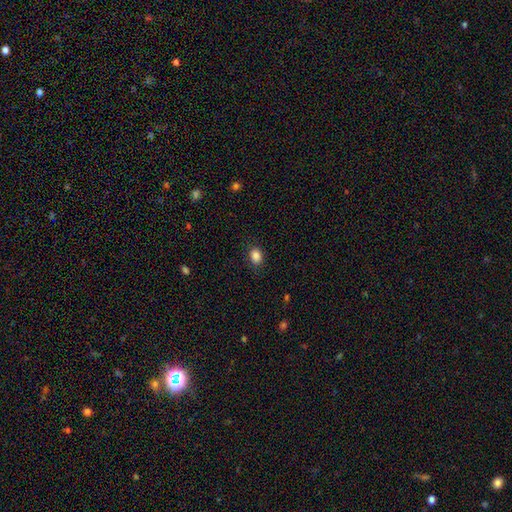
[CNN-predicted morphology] A smooth galaxy with no disk features (87%) that is in between round and cigar-shaped (70%).

Vote fractions:
- Smooth or featured? smooth: 87% / star or artifact: 9% / featured or disk: 3%
- How rounded? in between: 70% / round: 28% / cigar-shaped: 1%
- Merging? none: 85% / minor disturbance: 11% / major disturbance: 3% / merger: 1%